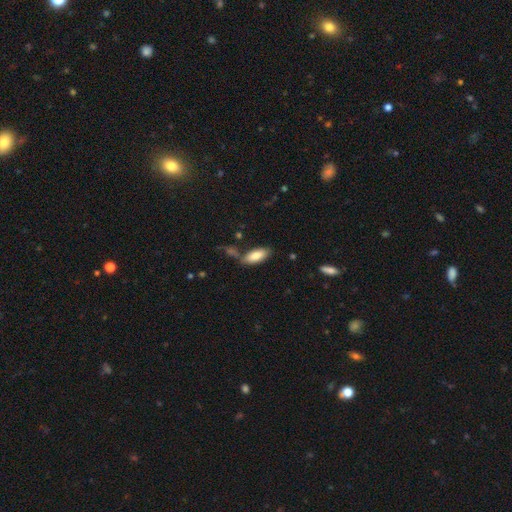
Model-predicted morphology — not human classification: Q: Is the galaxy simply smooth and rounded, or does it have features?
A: smooth — 83%.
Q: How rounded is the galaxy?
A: in between — 82%.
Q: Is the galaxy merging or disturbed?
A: none — 70%.